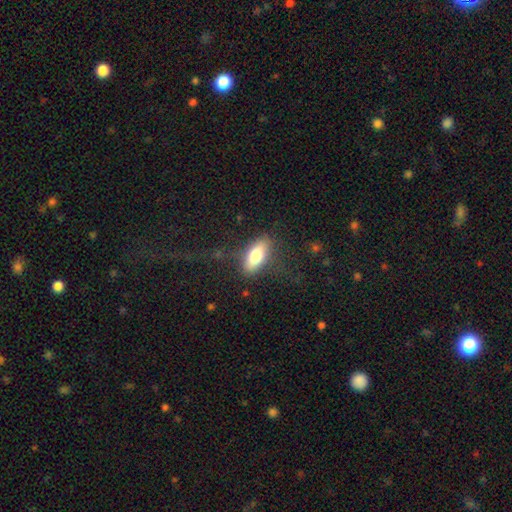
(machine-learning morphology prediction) Smooth or featured: smooth — 73% (featured or disk — 20%)
How rounded: in between — 80% (cigar-shaped — 17%)
Merging: none — 75% (minor disturbance — 15%)